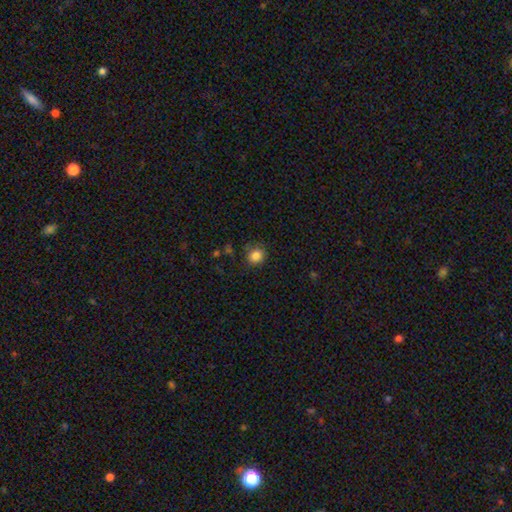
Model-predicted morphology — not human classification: This is clearly a smooth galaxy (85%). How rounded: clearly round (83%). Merging: likely none (80%).